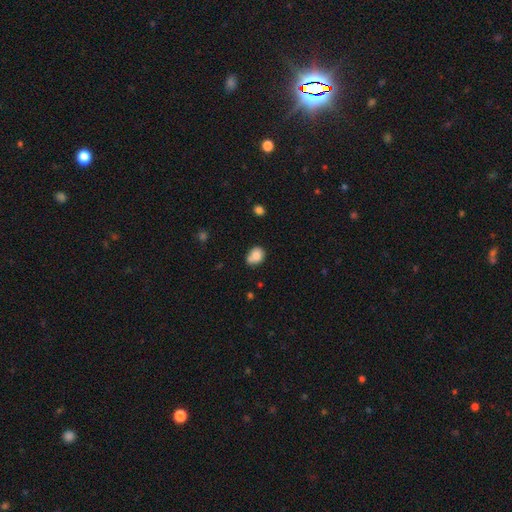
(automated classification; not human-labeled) smooth-or-featured: smooth: 81% | featured or disk: 10% | star or artifact: 9%
  how-rounded: in between: 55% | round: 44% | cigar-shaped: 1%
  merging: none: 52% | minor disturbance: 24% | merger: 18% | major disturbance: 6%